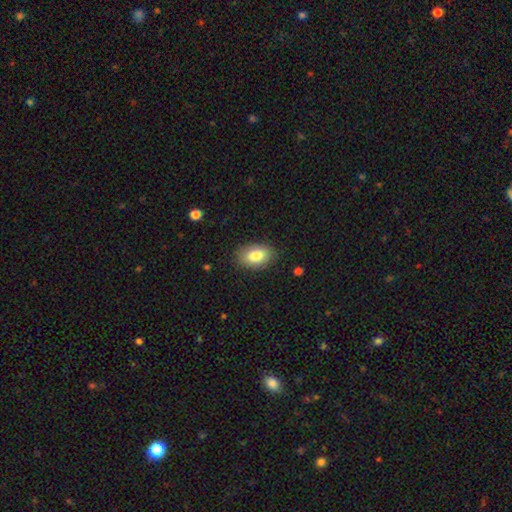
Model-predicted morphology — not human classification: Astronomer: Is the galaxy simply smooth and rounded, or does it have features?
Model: smooth — 84%.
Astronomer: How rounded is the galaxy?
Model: in between — 91%.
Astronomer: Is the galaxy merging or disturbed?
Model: none — 85%.